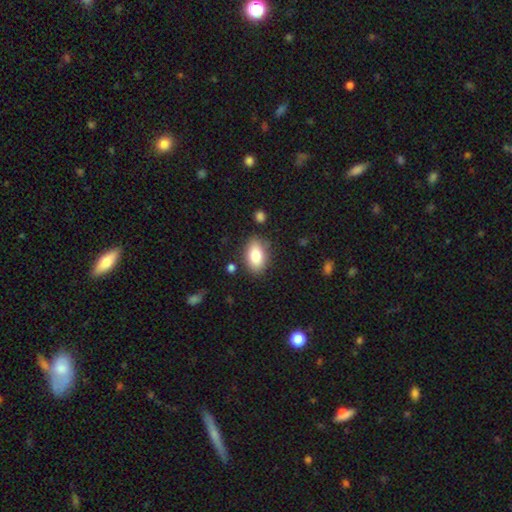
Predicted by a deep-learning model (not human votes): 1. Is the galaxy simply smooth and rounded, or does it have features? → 81% smooth, 12% featured or disk, 8% star or artifact.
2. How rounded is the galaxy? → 89% in between, 8% round, 3% cigar-shaped.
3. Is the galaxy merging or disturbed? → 81% none, 13% minor disturbance, 3% major disturbance, 3% merger.